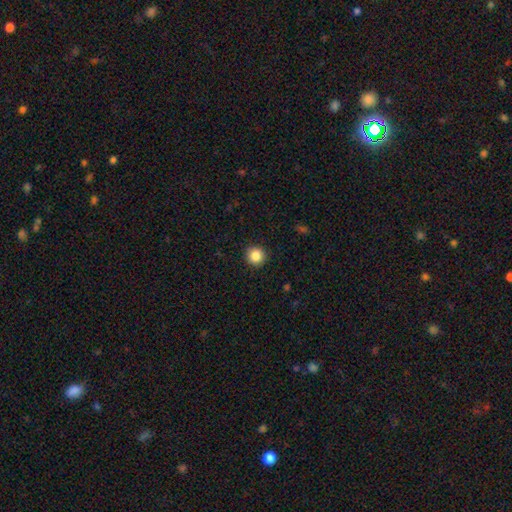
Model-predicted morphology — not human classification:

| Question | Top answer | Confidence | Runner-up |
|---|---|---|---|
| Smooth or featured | smooth | 86% | star or artifact (10%) |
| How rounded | round | 94% | in between (5%) |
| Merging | none | 92% | minor disturbance (5%) |